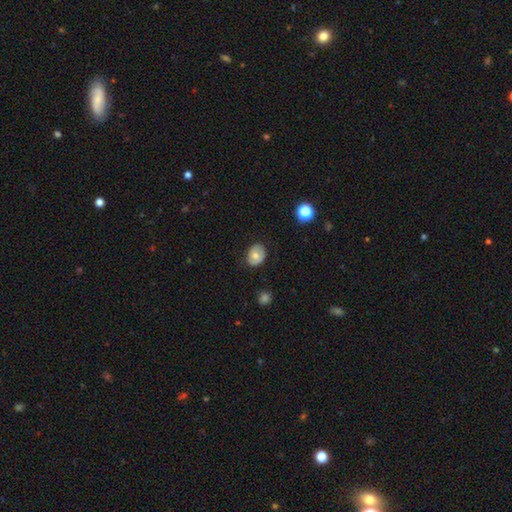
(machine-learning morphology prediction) Smooth or featured? Predicted: smooth (p=0.66). How rounded? Predicted: in between (p=0.60). Merging? Predicted: none (p=0.76).